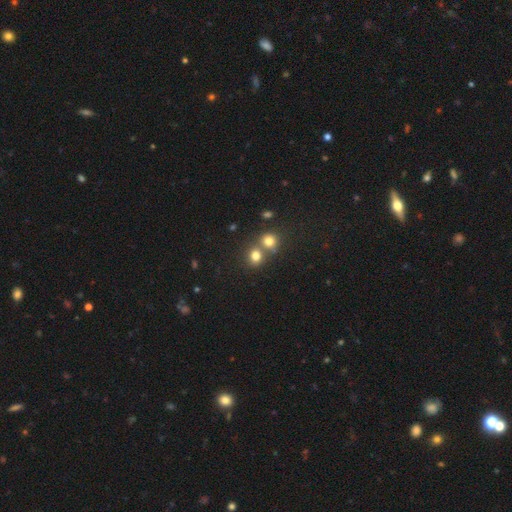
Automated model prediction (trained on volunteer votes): smooth-or-featured: smooth: 77% | star or artifact: 15% | featured or disk: 8%
  how-rounded: round: 78% | in between: 21% | cigar-shaped: 1%
  merging: none: 50% | merger: 40% | minor disturbance: 7% | major disturbance: 3%